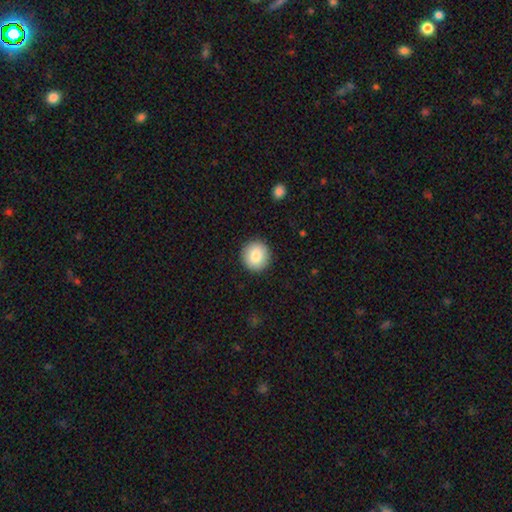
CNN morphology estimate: Smooth or featured? Predicted: smooth (p=0.86). How rounded? Predicted: round (p=0.93). Merging? Predicted: none (p=0.92).